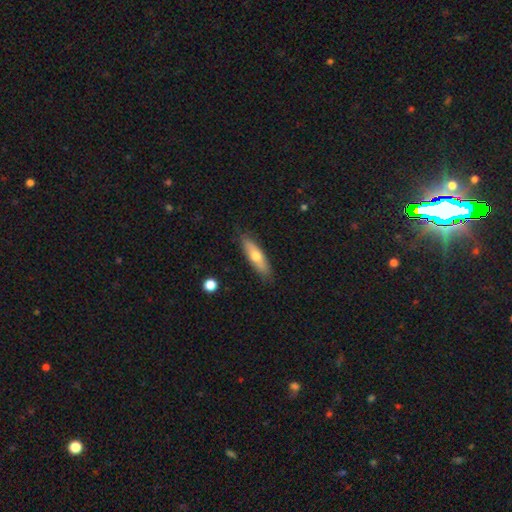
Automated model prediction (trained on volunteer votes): Smooth or featured? smooth (62%)
How rounded? cigar-shaped (60%)
Merging? none (85%)